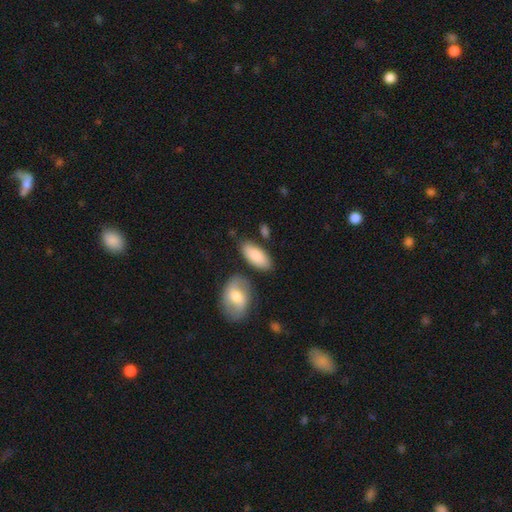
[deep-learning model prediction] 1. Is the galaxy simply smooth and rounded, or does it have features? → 85% smooth, 9% featured or disk, 5% star or artifact.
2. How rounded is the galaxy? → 91% in between, 7% cigar-shaped, 2% round.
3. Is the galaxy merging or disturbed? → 77% none, 13% minor disturbance, 7% merger, 3% major disturbance.